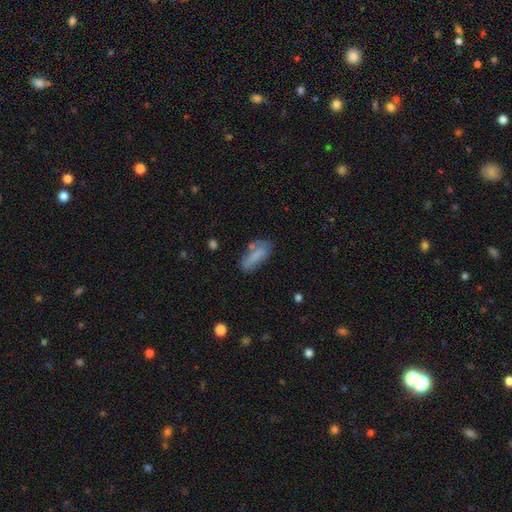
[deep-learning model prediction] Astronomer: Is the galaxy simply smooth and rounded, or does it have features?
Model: smooth — 77%.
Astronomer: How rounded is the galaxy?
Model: in between — 60% (runner-up: cigar-shaped, 38%).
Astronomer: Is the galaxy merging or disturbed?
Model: none — 61%.